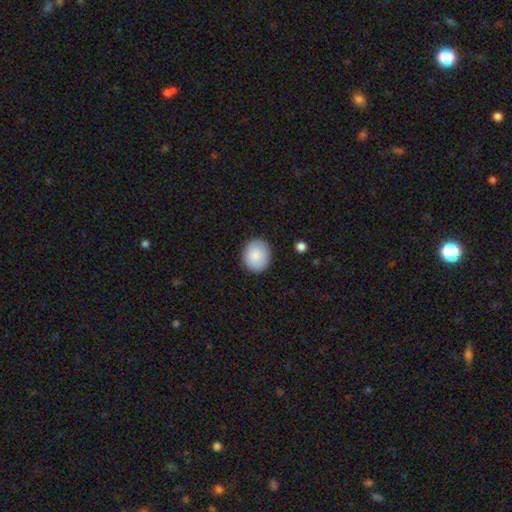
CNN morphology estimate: The model was most divided on "how rounded": round: 64%, in between: 35%, cigar-shaped: 1%. More confident: smooth or featured — smooth (88%); merging — none (87%).